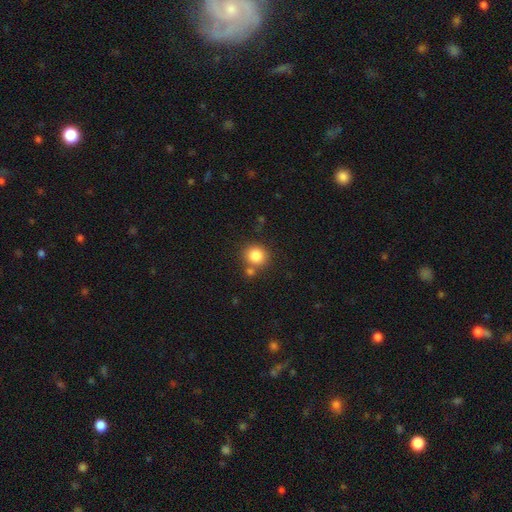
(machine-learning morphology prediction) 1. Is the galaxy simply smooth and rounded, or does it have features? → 84% smooth, 10% star or artifact, 6% featured or disk.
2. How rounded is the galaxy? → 86% round, 13% in between, 1% cigar-shaped.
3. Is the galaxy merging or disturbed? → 72% none, 16% merger, 9% minor disturbance, 3% major disturbance.